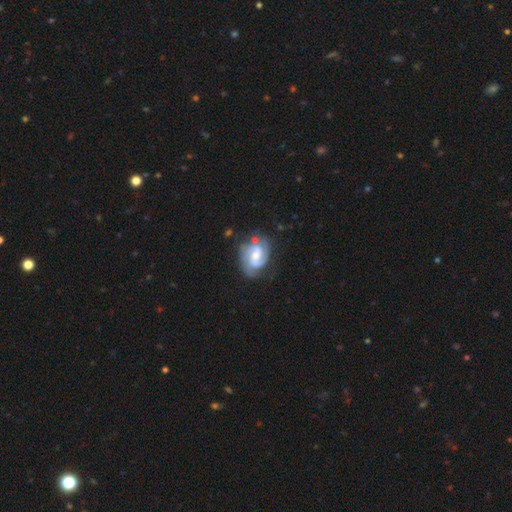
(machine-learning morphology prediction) smooth_or_featured: featured or disk (p=0.81) [alt: smooth p=0.14]
disk_edge_on: no (p=0.98) [alt: yes p=0.02]
bar: weak (p=0.52) [alt: no p=0.35]
has_spiral_arms: yes (p=0.95) [alt: no p=0.05]
spiral_winding: medium (p=0.47) [alt: tight p=0.37]
spiral_arm_count: 2 (p=0.70) [alt: 3 p=0.11]
bulge_size: moderate (p=0.51) [alt: small p=0.36]
merging: none (p=0.63) [alt: minor disturbance p=0.22]